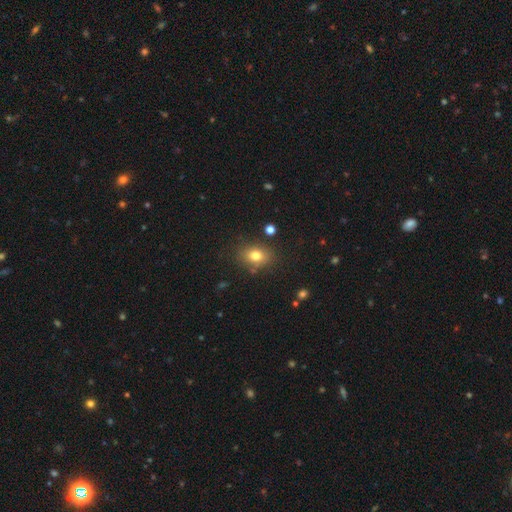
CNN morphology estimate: A smooth galaxy with no disk features (77%) that is in between round and cigar-shaped (65%).

Vote fractions:
- Smooth or featured? smooth: 77% / star or artifact: 12% / featured or disk: 10%
- How rounded? in between: 65% / round: 34% / cigar-shaped: 1%
- Merging? none: 81% / minor disturbance: 12% / merger: 4% / major disturbance: 3%